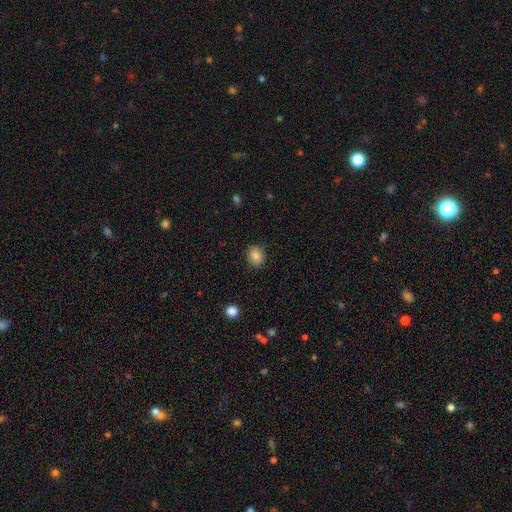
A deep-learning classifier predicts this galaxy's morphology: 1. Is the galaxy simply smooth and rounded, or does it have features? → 83% smooth, 9% star or artifact, 7% featured or disk.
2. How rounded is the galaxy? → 61% round, 38% in between, 1% cigar-shaped.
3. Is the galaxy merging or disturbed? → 87% none, 10% minor disturbance, 2% major disturbance, 1% merger.